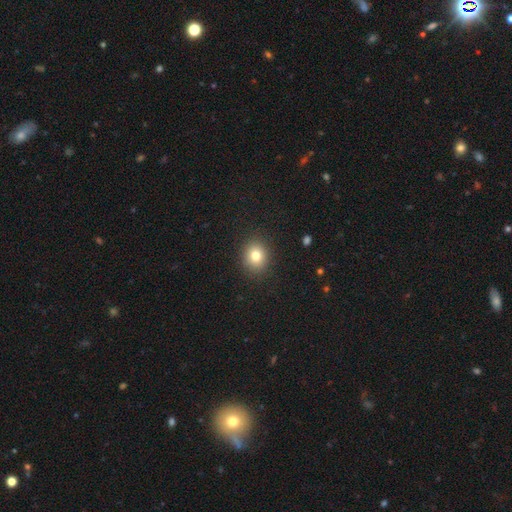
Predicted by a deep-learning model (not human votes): Smooth or featured? smooth (79%)
How rounded? round (69%)
Merging? none (89%)